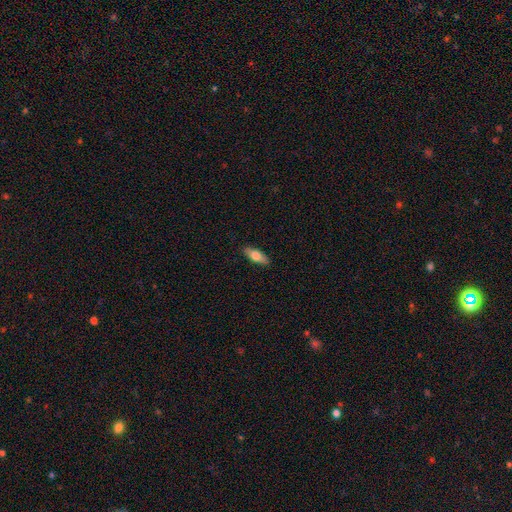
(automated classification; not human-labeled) Q: Smooth or featured?
A: smooth (70%); runner-up: featured or disk (24%)
Q: How rounded?
A: in between (72%); runner-up: cigar-shaped (26%)
Q: Merging?
A: none (89%); runner-up: minor disturbance (8%)